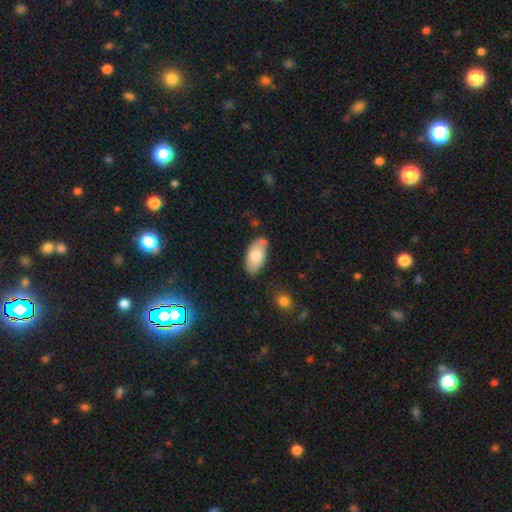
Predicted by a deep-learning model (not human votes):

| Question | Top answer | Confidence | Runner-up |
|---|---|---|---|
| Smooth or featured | smooth | 80% | featured or disk (14%) |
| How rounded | in between | 94% | cigar-shaped (4%) |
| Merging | none | 72% | minor disturbance (17%) |